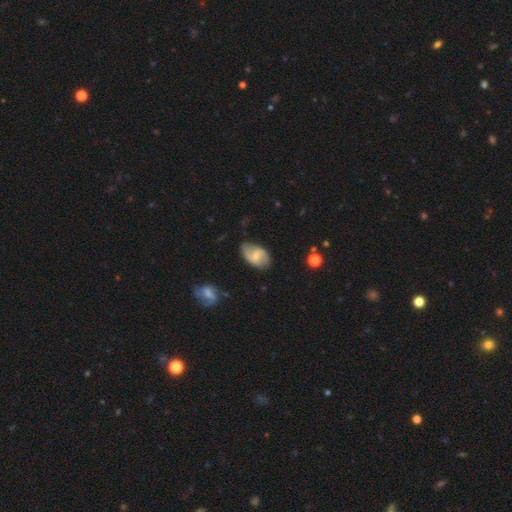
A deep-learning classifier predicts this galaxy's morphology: Smooth or featured? Predicted: featured or disk (p=0.55). Edge-on disk? Predicted: no (p=0.96). Bar? Predicted: weak (p=0.55). Spiral arms? Predicted: yes (p=0.83). Bulge size? Predicted: small (p=0.48). Merging? Predicted: none (p=0.68).